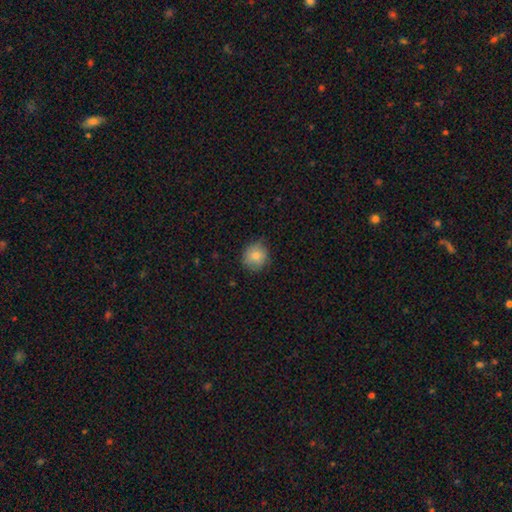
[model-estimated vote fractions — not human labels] smooth-or-featured: smooth: 83% | featured or disk: 9% | star or artifact: 8%
  how-rounded: round: 87% | in between: 12% | cigar-shaped: 1%
  merging: none: 81% | minor disturbance: 15% | major disturbance: 3% | merger: 1%